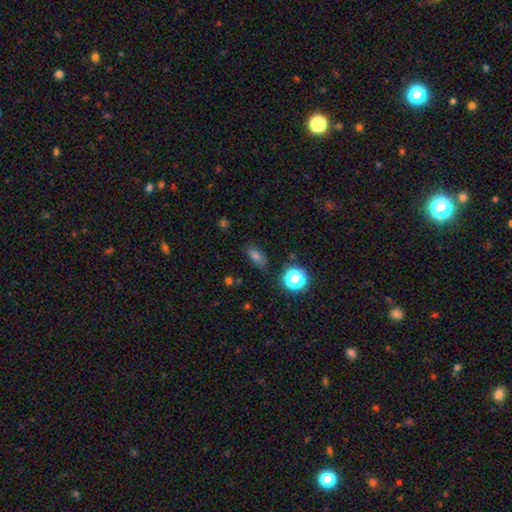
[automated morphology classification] Overall: smooth (72%). How rounded: in between (77%). Merging: none (80%).